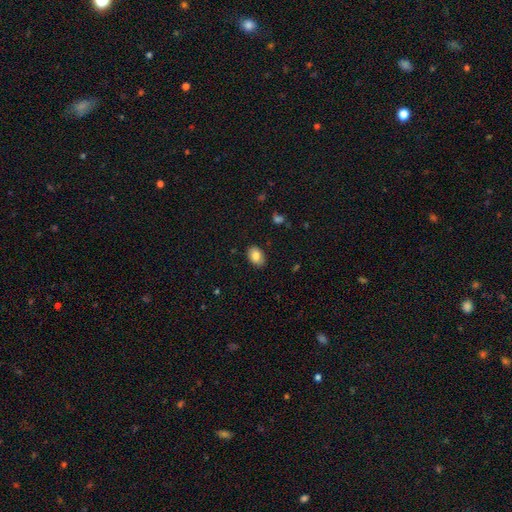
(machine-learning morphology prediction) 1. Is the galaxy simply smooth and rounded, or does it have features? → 84% smooth, 9% featured or disk, 7% star or artifact.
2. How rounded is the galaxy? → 85% in between, 14% round, 1% cigar-shaped.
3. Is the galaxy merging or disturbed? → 86% none, 11% minor disturbance, 2% major disturbance, 1% merger.